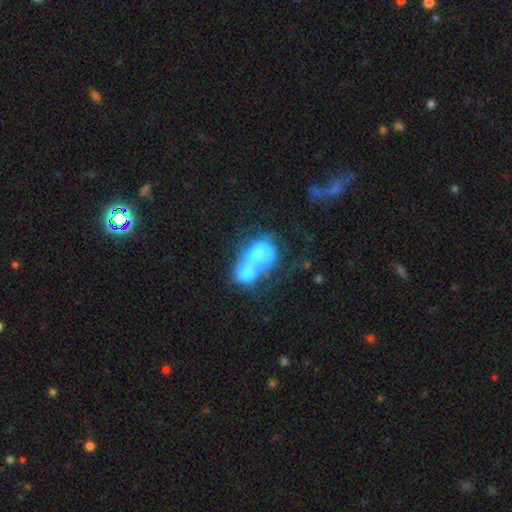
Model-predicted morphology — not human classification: A smooth galaxy with no disk features (58%) that is in between round and cigar-shaped (64%). Merging: merger (69%).